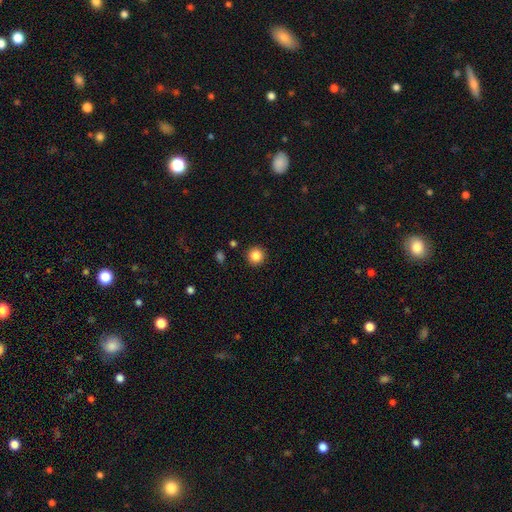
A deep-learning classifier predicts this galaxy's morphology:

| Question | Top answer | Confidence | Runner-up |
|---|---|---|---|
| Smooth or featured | smooth | 86% | star or artifact (10%) |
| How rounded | round | 95% | in between (4%) |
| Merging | none | 92% | minor disturbance (5%) |